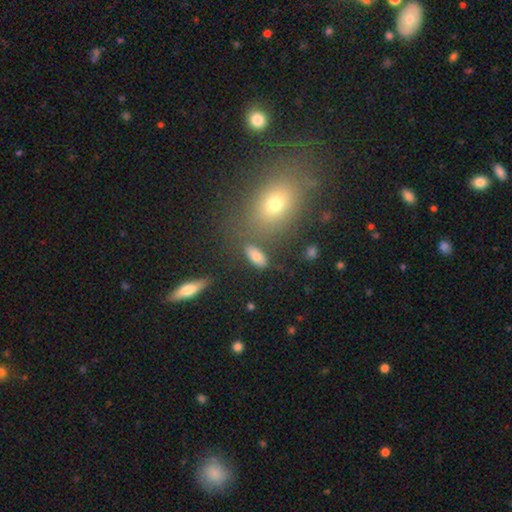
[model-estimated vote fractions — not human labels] Morphology: type=smooth (76%); roundness=in between (86%); merging=none (75%).